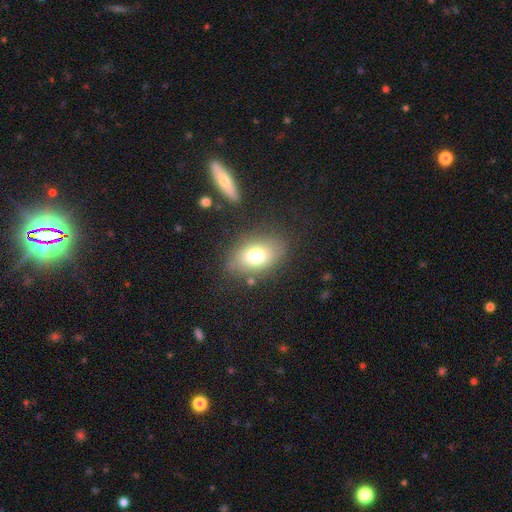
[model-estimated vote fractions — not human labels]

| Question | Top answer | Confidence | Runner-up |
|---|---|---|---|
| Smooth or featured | smooth | 73% | featured or disk (17%) |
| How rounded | in between | 82% | round (16%) |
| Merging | none | 76% | minor disturbance (15%) |